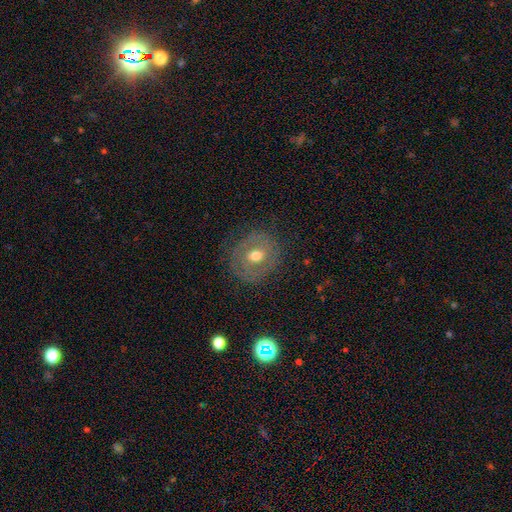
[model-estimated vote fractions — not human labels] Smooth or featured? Predicted: featured or disk (p=0.48). Merging? Predicted: none (p=0.79).